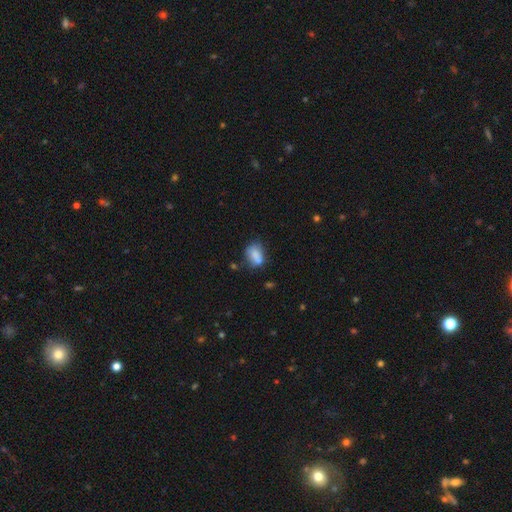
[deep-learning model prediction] A smooth galaxy with no disk features (77%) that is in between round and cigar-shaped (77%). Merging: none (48%).